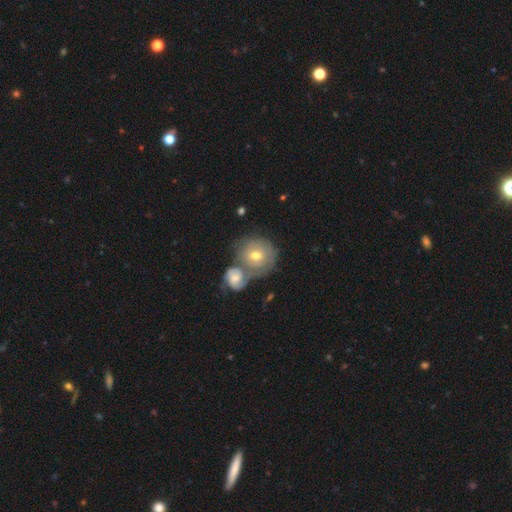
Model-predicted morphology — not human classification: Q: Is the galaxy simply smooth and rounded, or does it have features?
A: featured or disk — 56%.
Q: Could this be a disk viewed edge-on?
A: no — 96%.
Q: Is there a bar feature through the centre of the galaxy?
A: no — 67%.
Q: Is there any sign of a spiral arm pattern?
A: yes — 71%.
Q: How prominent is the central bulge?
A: moderate — 65%.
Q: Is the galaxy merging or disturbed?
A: merger — 50%.